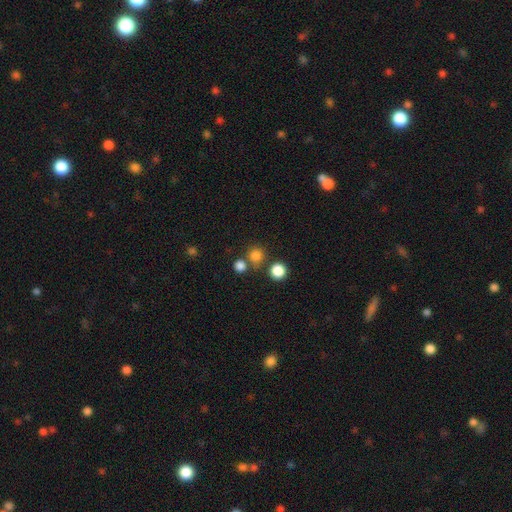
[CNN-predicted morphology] Smooth or featured: smooth — 80% (star or artifact — 15%)
How rounded: round — 90% (in between — 9%)
Merging: none — 70% (merger — 19%)